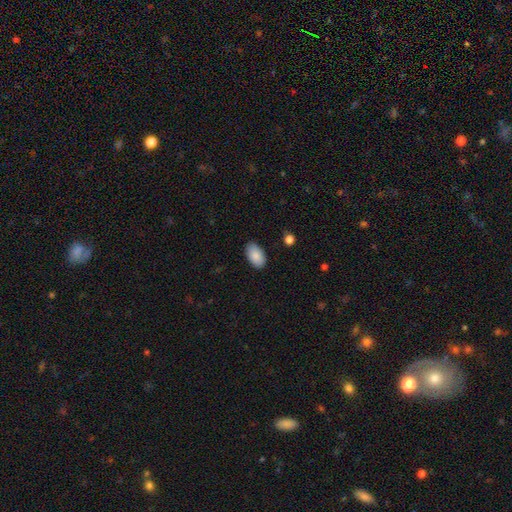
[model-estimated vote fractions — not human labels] A smooth galaxy with no disk features (88%) that is in between round and cigar-shaped (95%).

Vote fractions:
- Smooth or featured? smooth: 88% / star or artifact: 6% / featured or disk: 5%
- How rounded? in between: 95% / round: 4% / cigar-shaped: 1%
- Merging? none: 86% / minor disturbance: 10% / major disturbance: 2% / merger: 1%